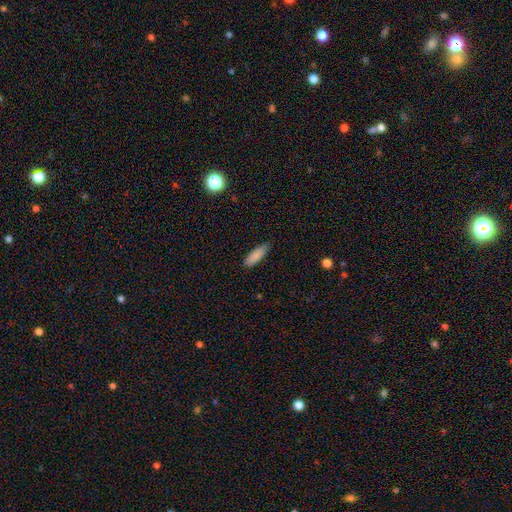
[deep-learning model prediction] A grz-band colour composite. It shows a smooth galaxy with no disk features (86%) that is in between round and cigar-shaped (58%). Merging: none (77%).